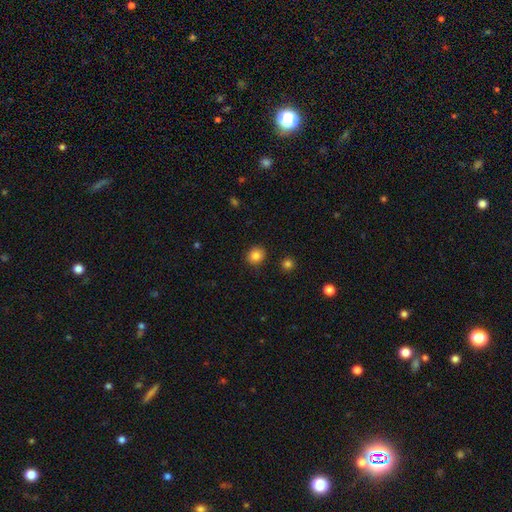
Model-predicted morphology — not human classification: type=smooth (84%); roundness=round (80%); merging=none (89%).